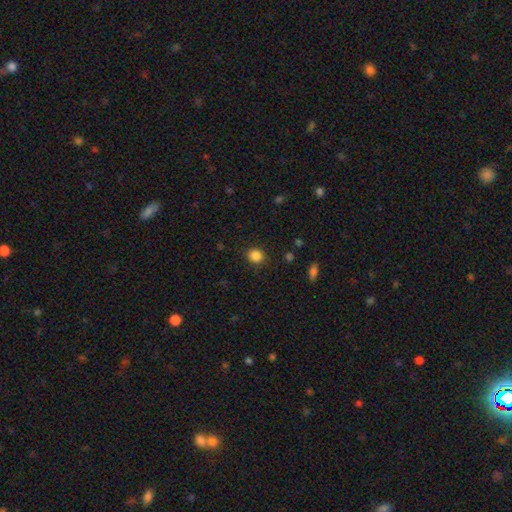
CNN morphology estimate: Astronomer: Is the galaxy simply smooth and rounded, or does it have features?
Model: smooth — 86%.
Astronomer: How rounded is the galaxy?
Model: round — 75%.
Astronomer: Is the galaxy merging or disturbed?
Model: none — 88%.